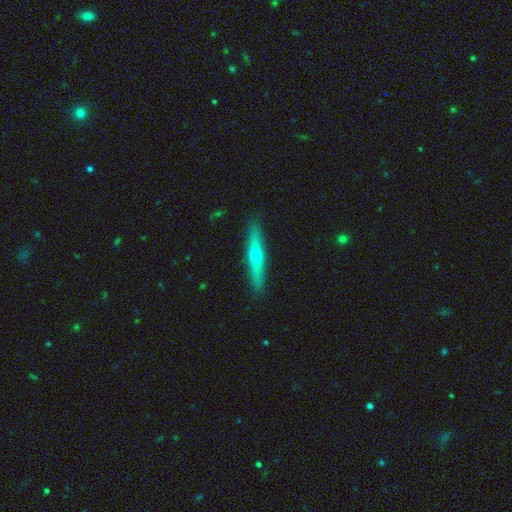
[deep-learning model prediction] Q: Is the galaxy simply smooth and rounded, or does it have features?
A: featured or disk — 51%.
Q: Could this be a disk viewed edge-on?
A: yes — 93%.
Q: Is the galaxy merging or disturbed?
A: none — 90%.